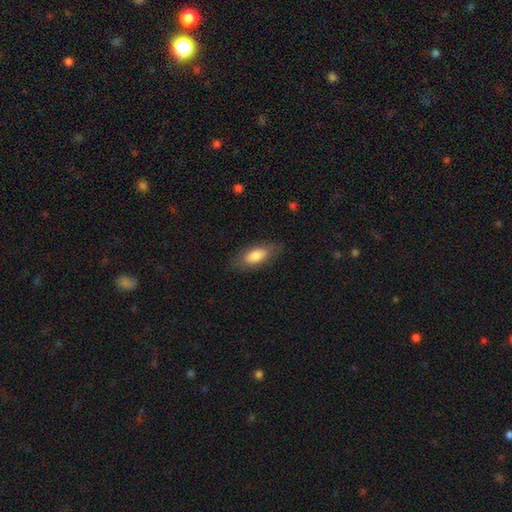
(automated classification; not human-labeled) This appears to be a smooth galaxy with no disk features (76%) that is in between round and cigar-shaped (81%). Merging: none (81%).